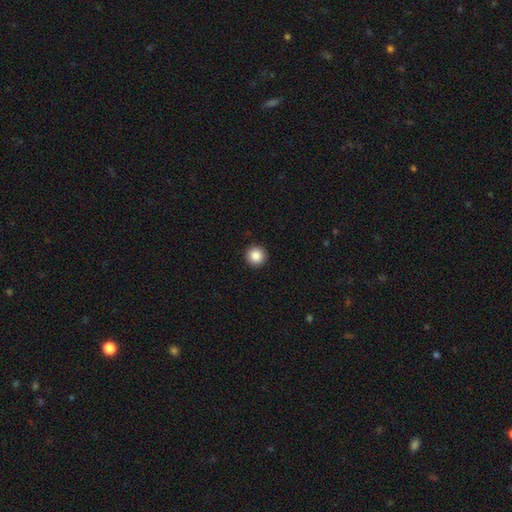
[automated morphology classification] Q: Smooth or featured?
A: smooth (87%); runner-up: star or artifact (9%)
Q: How rounded?
A: round (96%); runner-up: in between (3%)
Q: Merging?
A: none (93%); runner-up: minor disturbance (4%)